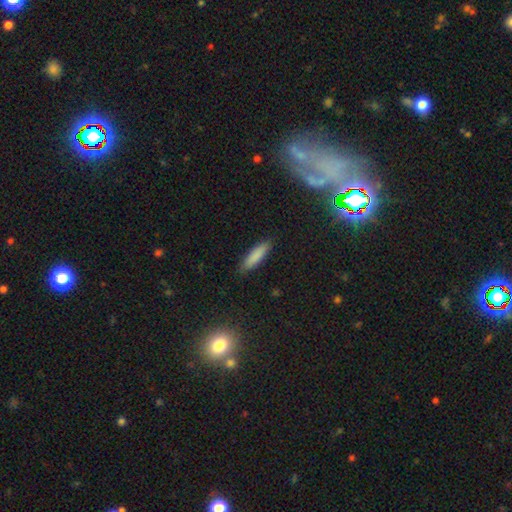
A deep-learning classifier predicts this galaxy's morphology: Smooth or featured? smooth (85%)
How rounded? cigar-shaped (68%)
Merging? none (87%)